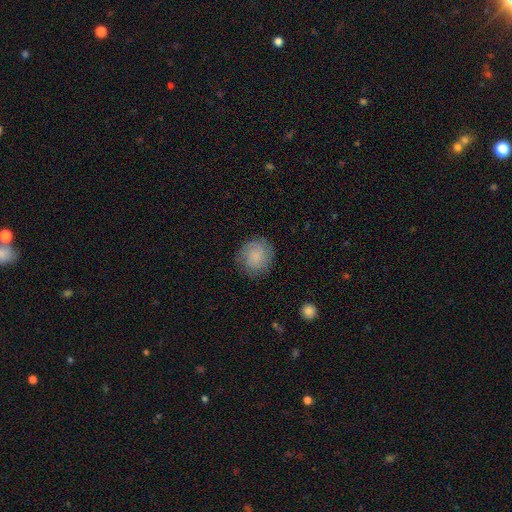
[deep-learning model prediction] A smooth galaxy with no disk features (70%) that is round (83%). Merging: none (80%).